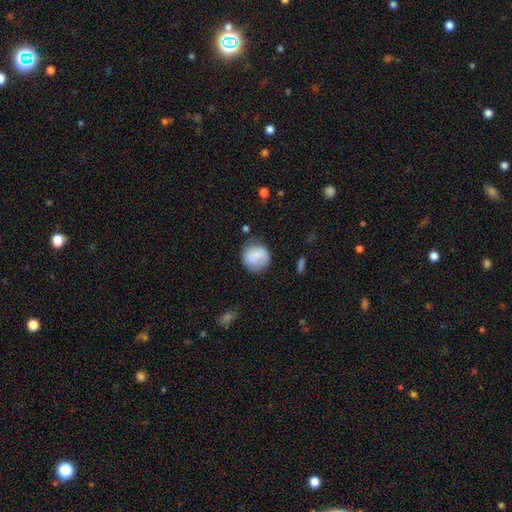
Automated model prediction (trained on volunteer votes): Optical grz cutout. It shows a smooth galaxy with no disk features (74%) that is round (88%). Merging: none (67%).